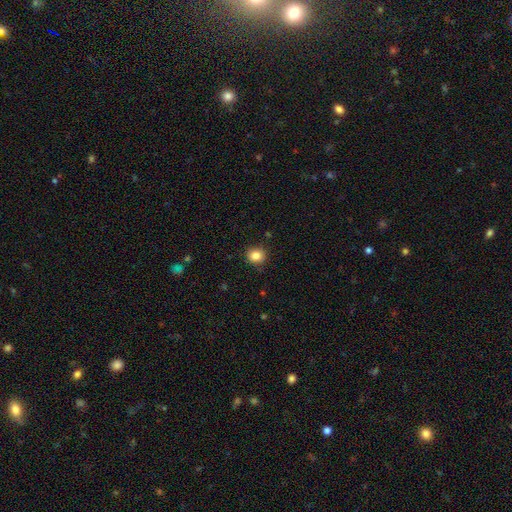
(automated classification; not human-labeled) The model was most divided on "how rounded": round: 85%, in between: 14%, cigar-shaped: 1%. More confident: merging — none (88%); smooth or featured — smooth (85%).